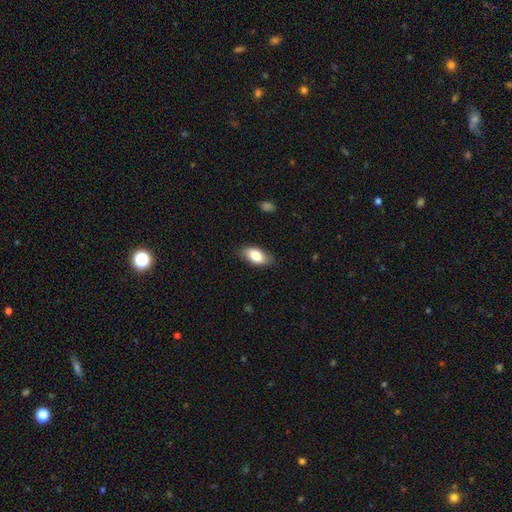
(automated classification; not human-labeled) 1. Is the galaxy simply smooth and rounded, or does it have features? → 80% smooth, 13% featured or disk, 7% star or artifact.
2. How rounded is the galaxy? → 90% in between, 5% cigar-shaped, 5% round.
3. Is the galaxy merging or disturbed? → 83% none, 13% minor disturbance, 3% major disturbance, 1% merger.